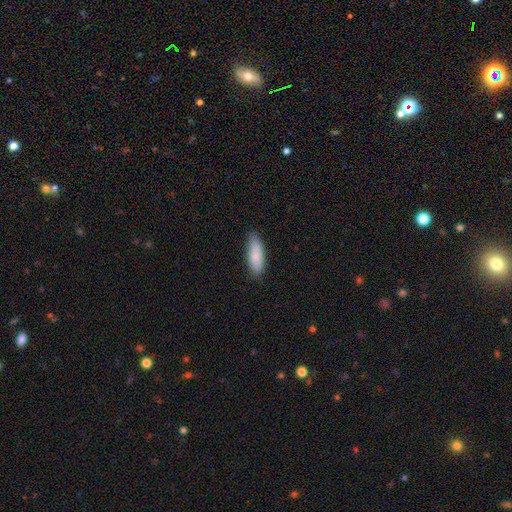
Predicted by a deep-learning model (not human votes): Overall: smooth (86%). How rounded: in between (60%; cigar-shaped 38%). Merging: none (84%).